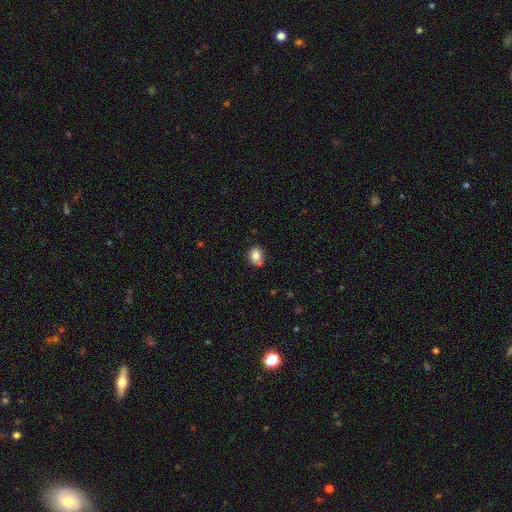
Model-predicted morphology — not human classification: Q: Smooth or featured?
A: smooth (80%); runner-up: featured or disk (10%)
Q: How rounded?
A: round (55%); runner-up: in between (44%)
Q: Merging?
A: none (64%); runner-up: minor disturbance (22%)